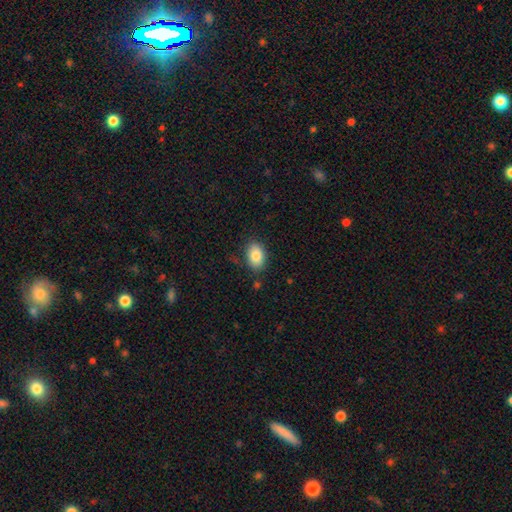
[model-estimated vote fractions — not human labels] The model was most divided on "merging": none: 82%, minor disturbance: 13%, major disturbance: 3%, merger: 2%. More confident: how rounded — in between (85%); smooth or featured — smooth (84%).